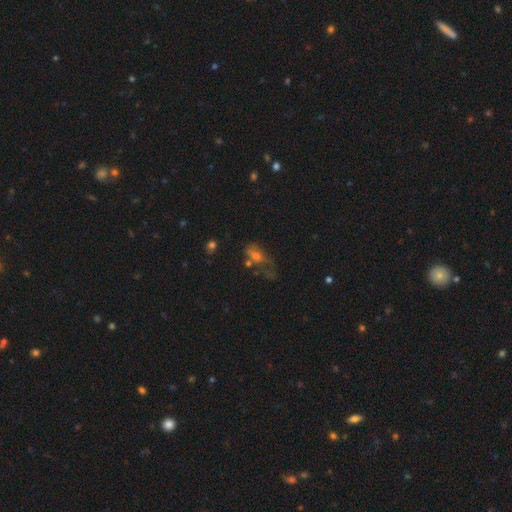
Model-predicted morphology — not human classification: A smooth galaxy with no disk features (43%). Merging: major disturbance (35%).